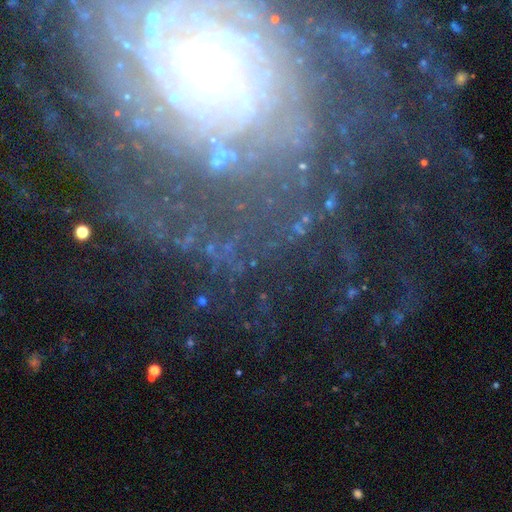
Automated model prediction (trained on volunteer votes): This is clearly a featured or disk galaxy (81%). It is clearly not viewed edge-on (96%). Bar: likely no (69%). Spiral arm pattern: clearly yes (95%). Spiral arm count: marginally can't tell (31%). Spiral winding: likely tight (74%). Central bulge: likely small (79%). Merging: likely none (70%).